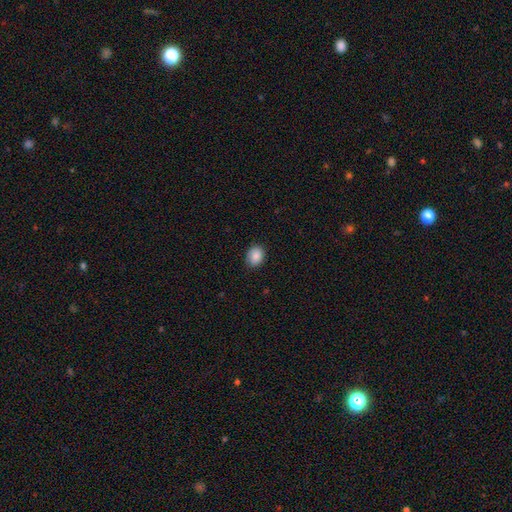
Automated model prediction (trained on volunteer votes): A smooth galaxy with no disk features (87%) that is in between round and cigar-shaped (61%). Merging: none (83%).